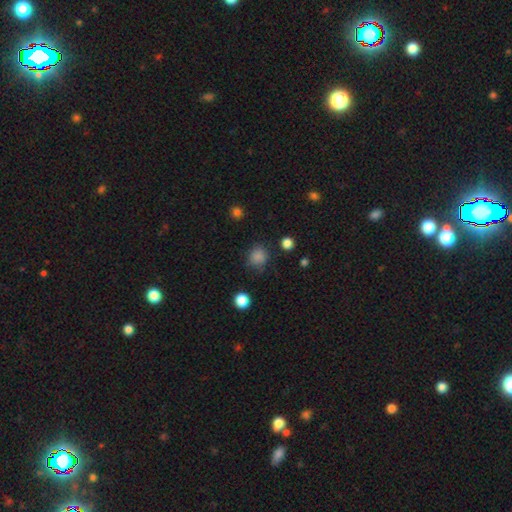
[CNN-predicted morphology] Q: Smooth or featured?
A: smooth (77%); runner-up: star or artifact (19%)
Q: How rounded?
A: round (86%); runner-up: in between (13%)
Q: Merging?
A: none (82%); runner-up: minor disturbance (12%)